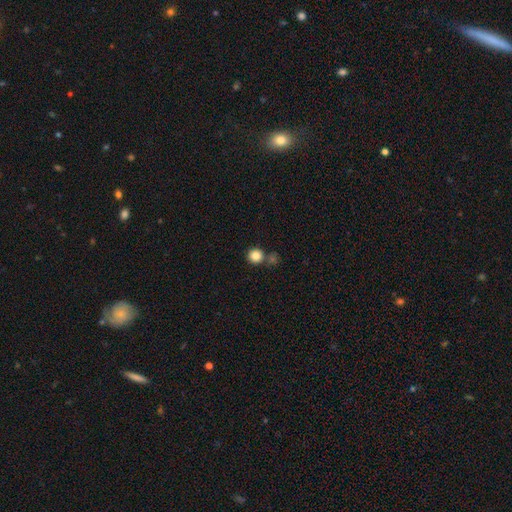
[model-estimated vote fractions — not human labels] Smooth or featured? Predicted: smooth (p=0.84). How rounded? Predicted: round (p=0.93). Merging? Predicted: none (p=0.73).